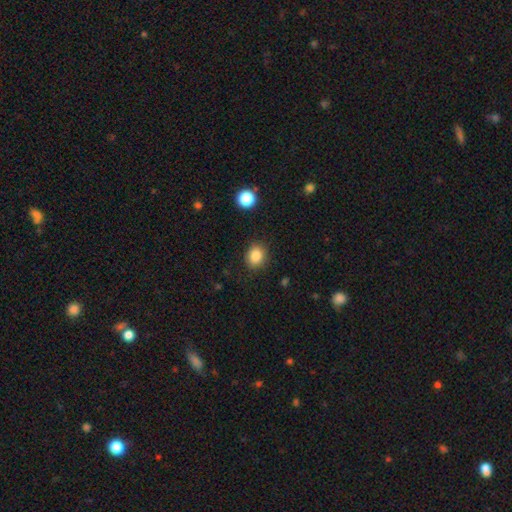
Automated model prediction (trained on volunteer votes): Smooth or featured?
  - smooth: 85% *
  - star or artifact: 10%
  - featured or disk: 5%
How rounded?
  - round: 63% *
  - in between: 36%
  - cigar-shaped: 1%
Merging?
  - none: 86% *
  - minor disturbance: 10%
  - major disturbance: 3%
  - merger: 1%